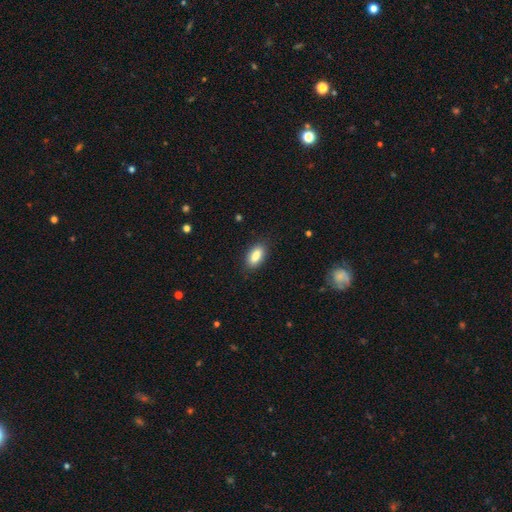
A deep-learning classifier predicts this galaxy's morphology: Overall: smooth (87%). How rounded: in between (89%). Merging: none (86%).